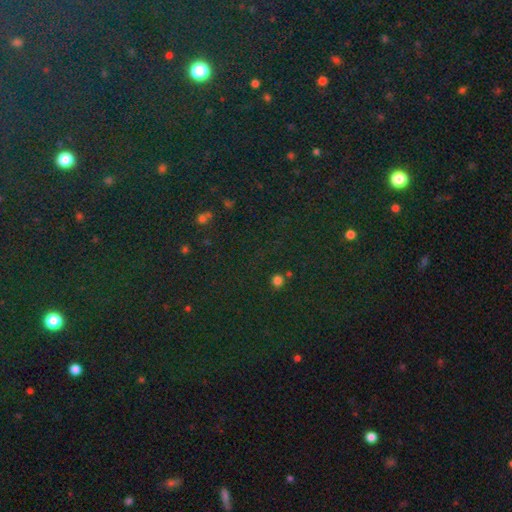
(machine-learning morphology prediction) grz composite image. It shows a star or artifact, not a galaxy (75%).